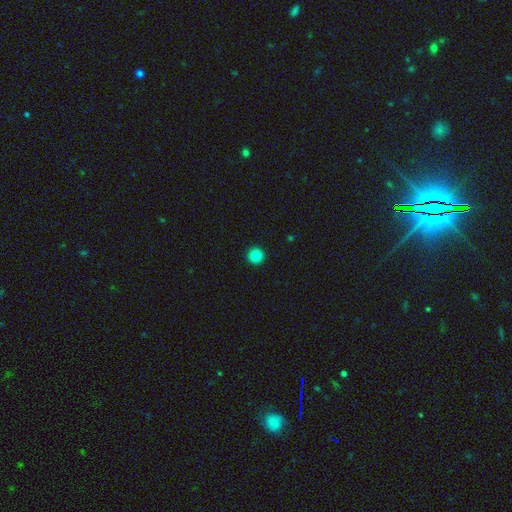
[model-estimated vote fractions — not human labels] A smooth galaxy with no disk features (85%) that is round (96%).

Vote fractions:
- Smooth or featured? smooth: 85% / star or artifact: 11% / featured or disk: 4%
- How rounded? round: 96% / in between: 3% / cigar-shaped: 1%
- Merging? none: 94% / minor disturbance: 4% / major disturbance: 1% / merger: 1%